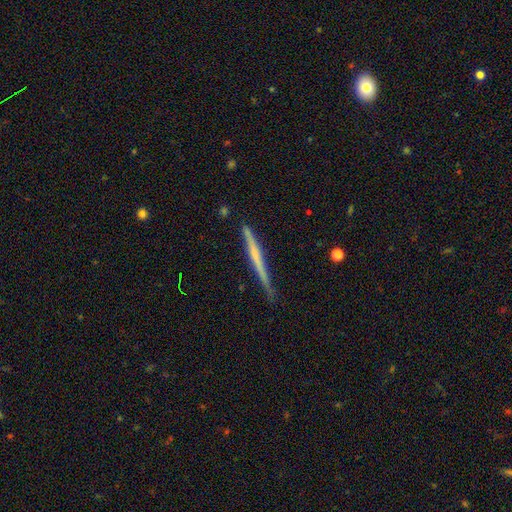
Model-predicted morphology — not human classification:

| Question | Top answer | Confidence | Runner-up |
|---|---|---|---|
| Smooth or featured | featured or disk | 60% | smooth (34%) |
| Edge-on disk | yes | 98% | no (2%) |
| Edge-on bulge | none | 65% | rounded (27%) |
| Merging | none | 81% | minor disturbance (15%) |